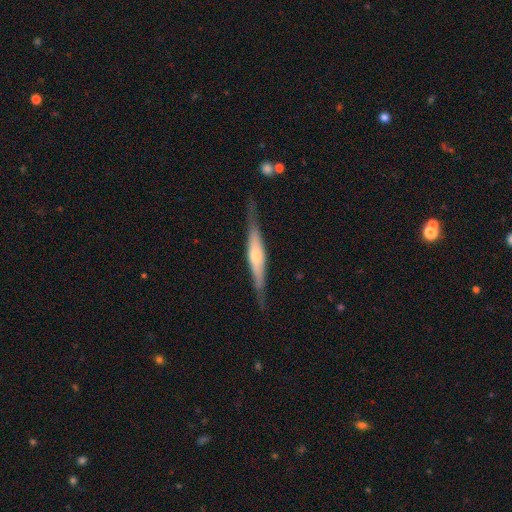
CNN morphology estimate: The model was most divided on "smooth or featured": featured or disk: 66%, smooth: 28%, star or artifact: 5%. More confident: edge-on disk — yes (95%); merging — none (80%); edge-on bulge — rounded (69%).